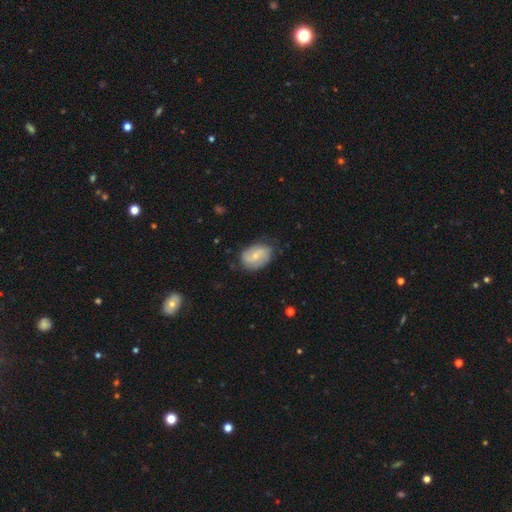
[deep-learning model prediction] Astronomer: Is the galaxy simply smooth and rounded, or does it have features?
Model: featured or disk — 55% (runner-up: smooth, 38%).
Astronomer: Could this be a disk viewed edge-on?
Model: no — 97%.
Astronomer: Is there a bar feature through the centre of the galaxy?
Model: no — 46% (runner-up: weak, 44%).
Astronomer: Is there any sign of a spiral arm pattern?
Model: yes — 87%.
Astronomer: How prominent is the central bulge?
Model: small — 56% (runner-up: moderate, 36%).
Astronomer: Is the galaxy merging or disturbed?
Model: none — 73%.